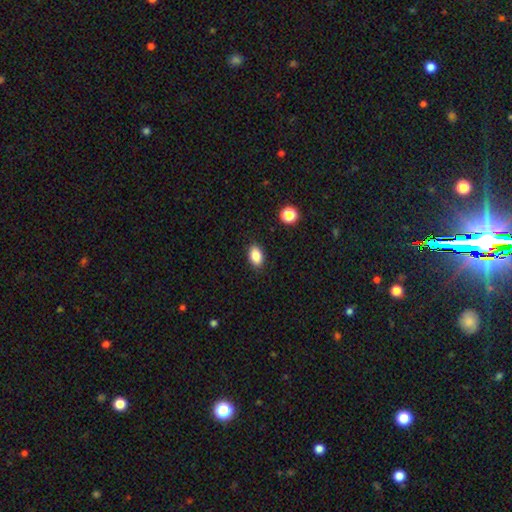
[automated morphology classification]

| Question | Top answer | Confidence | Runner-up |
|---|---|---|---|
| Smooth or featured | smooth | 86% | star or artifact (9%) |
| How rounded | in between | 89% | round (10%) |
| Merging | none | 88% | minor disturbance (9%) |